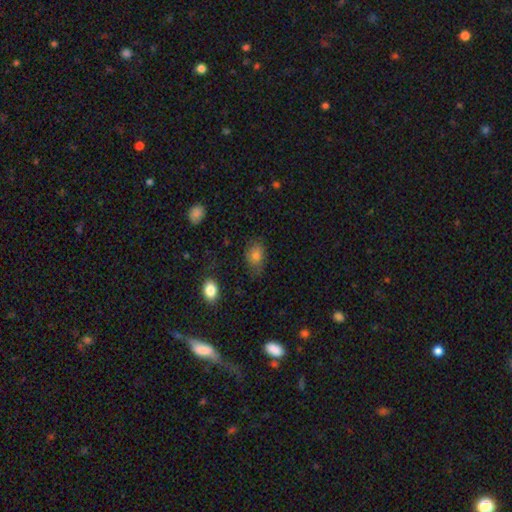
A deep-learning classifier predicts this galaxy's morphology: This appears to be a smooth galaxy with no disk features (78%) that is in between round and cigar-shaped (78%). Merging: none (68%).